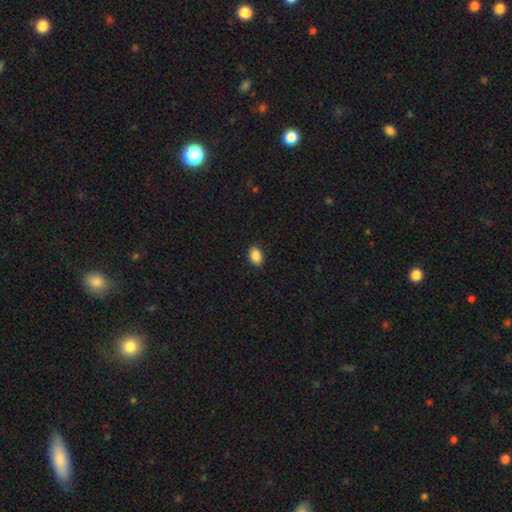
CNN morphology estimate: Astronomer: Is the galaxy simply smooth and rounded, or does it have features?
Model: smooth — 89%.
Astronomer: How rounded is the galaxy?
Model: in between — 81%.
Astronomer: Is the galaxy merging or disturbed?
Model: none — 90%.